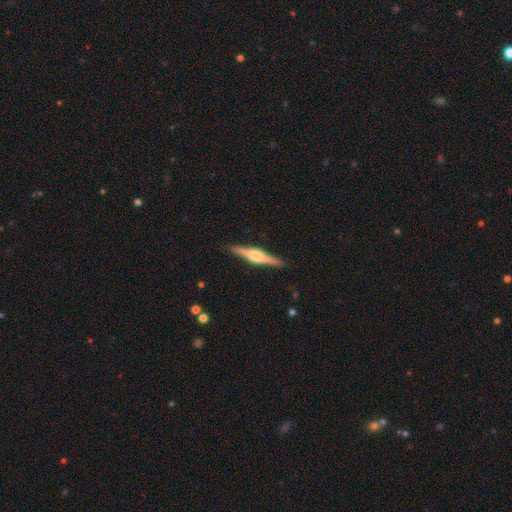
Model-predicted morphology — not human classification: Smooth or featured?
  - featured or disk: 73% *
  - smooth: 21%
  - star or artifact: 5%
Edge-on disk?
  - yes: 98% *
  - no: 2%
Edge-on bulge?
  - rounded: 88% *
  - boxy: 9%
  - none: 3%
Merging?
  - none: 91% *
  - minor disturbance: 7%
  - major disturbance: 1%
  - merger: 1%